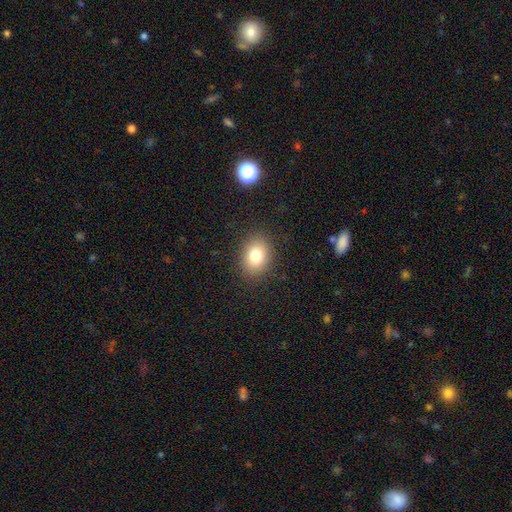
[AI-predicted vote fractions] Smooth or featured?
  - smooth: 80% *
  - star or artifact: 11%
  - featured or disk: 10%
How rounded?
  - in between: 65% *
  - round: 35%
  - cigar-shaped: 1%
Merging?
  - none: 87% *
  - minor disturbance: 9%
  - major disturbance: 3%
  - merger: 1%